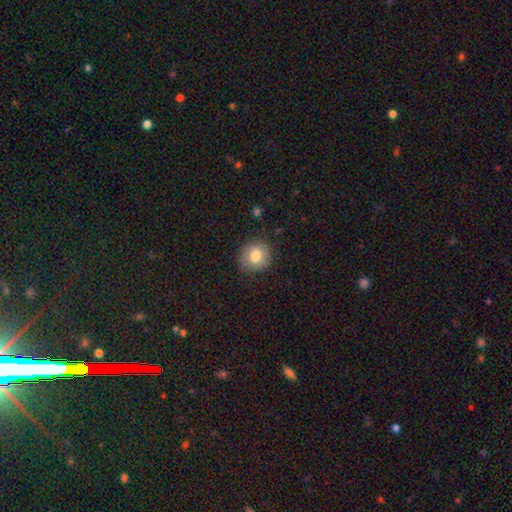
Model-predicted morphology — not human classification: smooth_or_featured: smooth (p=0.80) [alt: featured or disk p=0.11]
how_rounded: round (p=0.86) [alt: in between p=0.13]
merging: none (p=0.85) [alt: minor disturbance p=0.11]